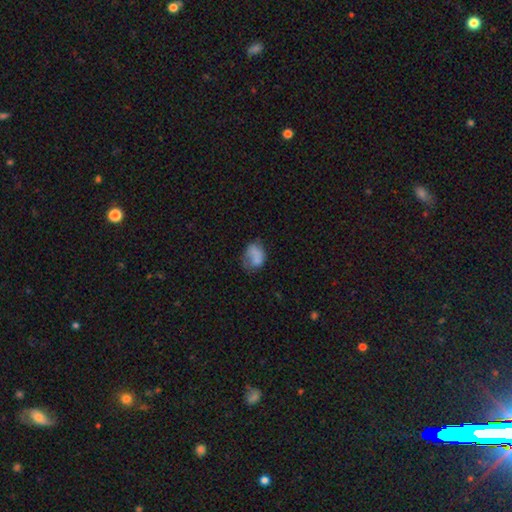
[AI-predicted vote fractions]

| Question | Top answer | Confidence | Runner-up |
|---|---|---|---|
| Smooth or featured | smooth | 72% | featured or disk (19%) |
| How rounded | in between | 66% | round (33%) |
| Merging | none | 38% | minor disturbance (31%) |